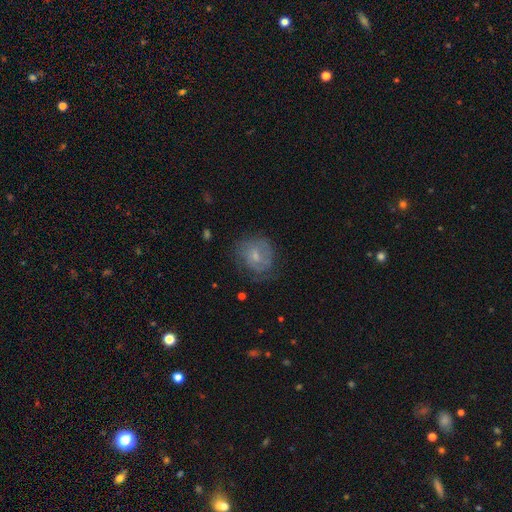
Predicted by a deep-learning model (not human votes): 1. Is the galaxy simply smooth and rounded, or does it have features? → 52% featured or disk, 39% smooth, 9% star or artifact.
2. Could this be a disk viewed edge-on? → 97% no, 3% yes.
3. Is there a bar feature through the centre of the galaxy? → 64% no, 32% weak, 4% strong.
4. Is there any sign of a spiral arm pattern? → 71% yes, 29% no.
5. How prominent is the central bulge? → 54% small, 36% moderate, 7% none, 2% large, 1% dominant.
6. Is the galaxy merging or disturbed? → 60% none, 25% minor disturbance, 14% major disturbance, 1% merger.